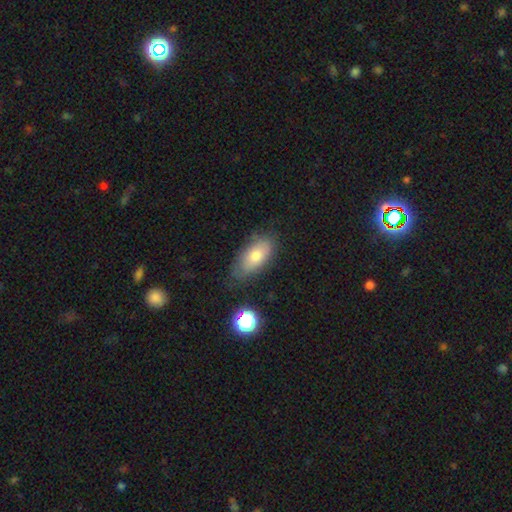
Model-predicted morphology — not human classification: Smooth or featured: smooth — 72% (featured or disk — 19%)
How rounded: in between — 87% (cigar-shaped — 9%)
Merging: none — 71% (minor disturbance — 22%)